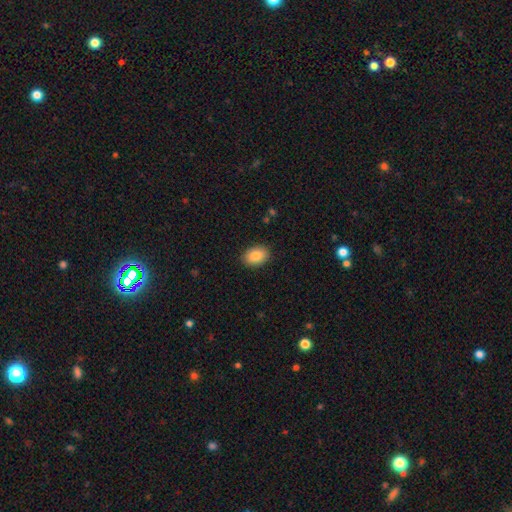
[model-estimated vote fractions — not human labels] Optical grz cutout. It shows a smooth galaxy with no disk features (86%) that is in between round and cigar-shaped (79%). Merging: none (89%).